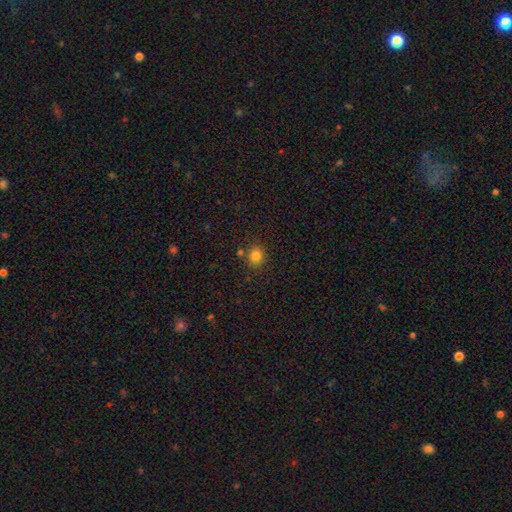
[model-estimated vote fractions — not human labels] Overall: smooth (81%). How rounded: round (81%). Merging: none (77%).